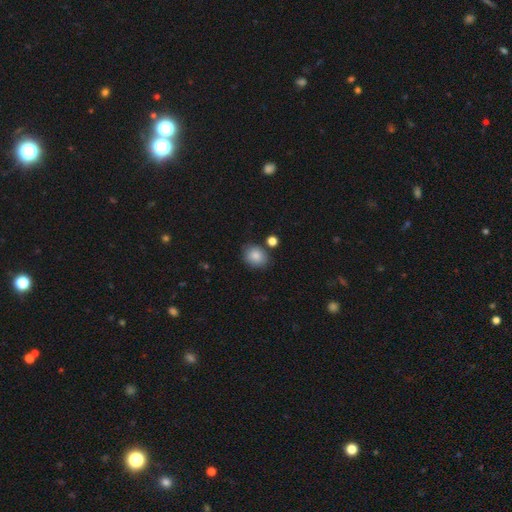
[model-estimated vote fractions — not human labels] Overall: smooth (85%). How rounded: round (54%; in between 45%). Merging: none (78%).